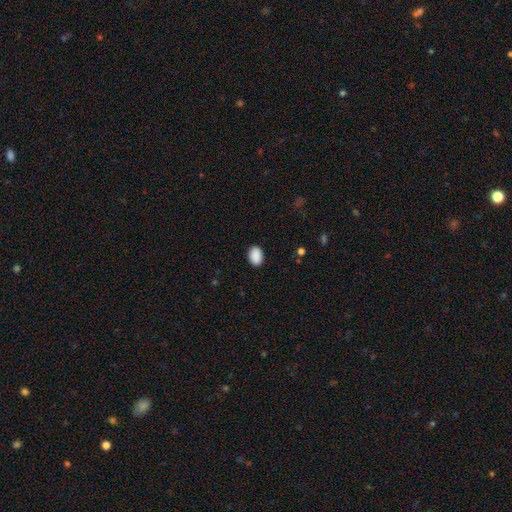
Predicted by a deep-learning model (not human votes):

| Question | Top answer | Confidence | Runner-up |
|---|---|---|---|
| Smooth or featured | smooth | 91% | star or artifact (7%) |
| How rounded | in between | 81% | round (18%) |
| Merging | none | 90% | minor disturbance (8%) |